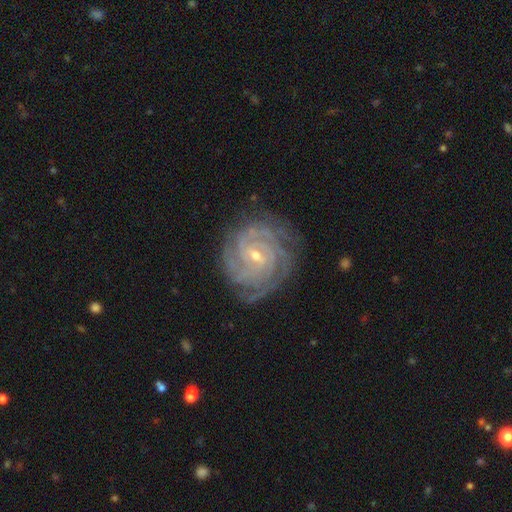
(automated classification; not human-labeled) featured or disk 90%, star or artifact 5%, smooth 4%. Down the decision tree: edge-on disk — no (98%); bar — weak (49%); spiral arms — yes (98%); spiral arm count — 4 (28%); spiral winding — tight (83%); bulge size — small (69%); merging — none (80%).